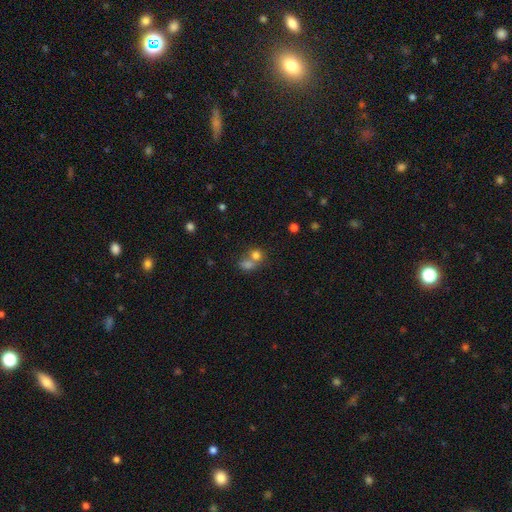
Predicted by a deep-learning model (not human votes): Overall: smooth (74%). How rounded: round (72%). Merging: merger (57%; none 33%).